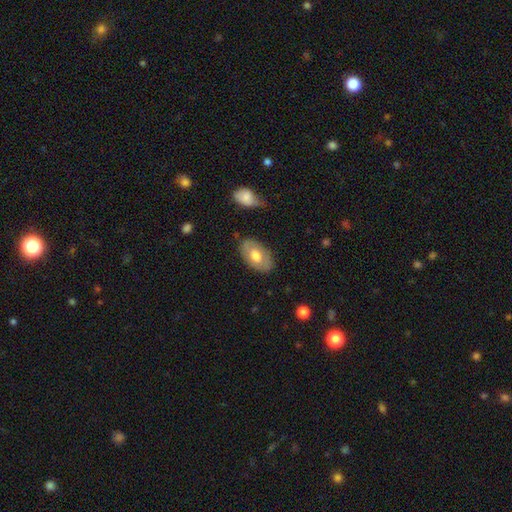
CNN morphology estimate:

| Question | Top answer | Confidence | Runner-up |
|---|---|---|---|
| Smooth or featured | smooth | 58% | featured or disk (36%) |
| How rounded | in between | 91% | round (7%) |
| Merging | none | 78% | minor disturbance (16%) |